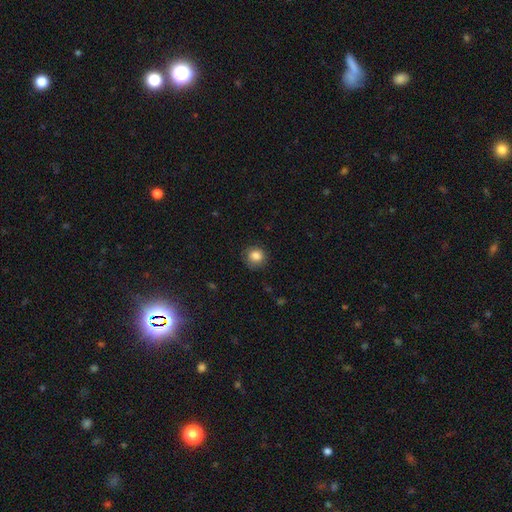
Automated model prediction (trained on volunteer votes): This is clearly a smooth galaxy (85%). How rounded: clearly round (87%). Merging: clearly none (81%).